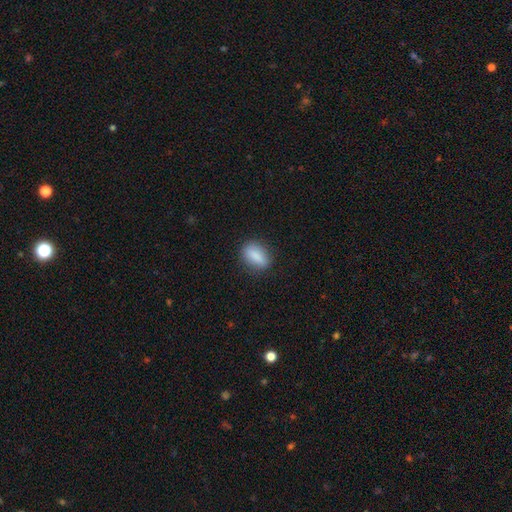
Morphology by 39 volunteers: smooth 85%, star or artifact 10%, featured or disk 5%. Down the decision tree: how rounded — in between (73%); merging — none (77%).